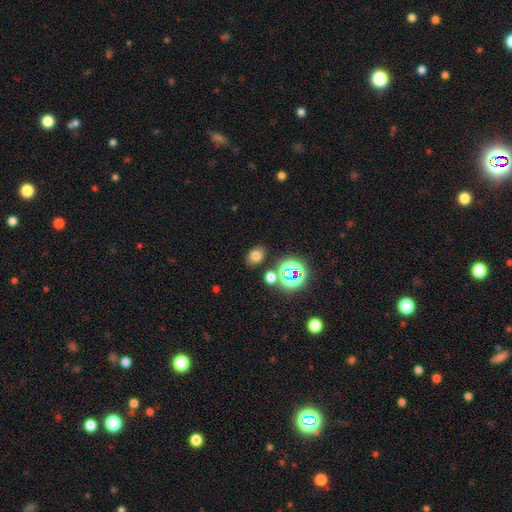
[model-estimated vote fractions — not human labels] Q: Smooth or featured?
A: smooth (66%); runner-up: star or artifact (23%)
Q: How rounded?
A: in between (70%); runner-up: round (29%)
Q: Merging?
A: none (80%); runner-up: minor disturbance (11%)